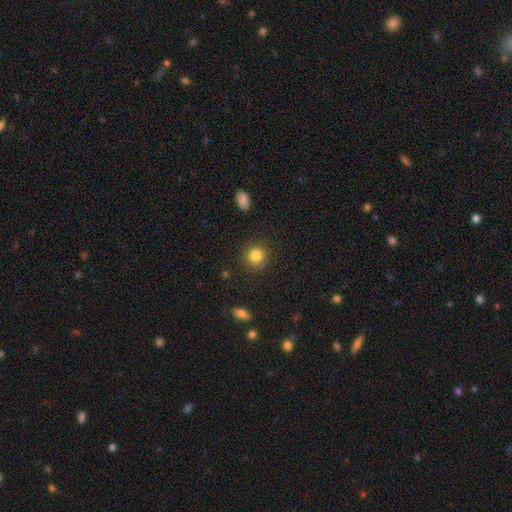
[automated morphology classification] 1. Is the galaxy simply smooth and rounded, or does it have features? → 84% smooth, 10% star or artifact, 6% featured or disk.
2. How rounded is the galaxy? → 90% round, 9% in between, 1% cigar-shaped.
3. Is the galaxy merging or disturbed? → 88% none, 8% minor disturbance, 3% major disturbance, 1% merger.